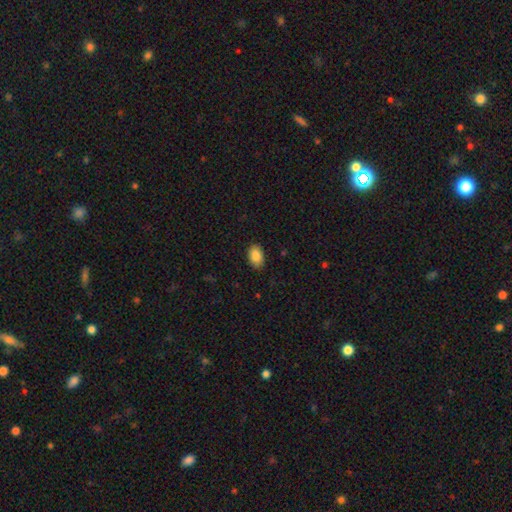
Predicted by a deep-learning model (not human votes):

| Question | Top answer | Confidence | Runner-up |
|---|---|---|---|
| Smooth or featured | smooth | 87% | star or artifact (8%) |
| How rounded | in between | 88% | round (11%) |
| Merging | none | 88% | minor disturbance (9%) |